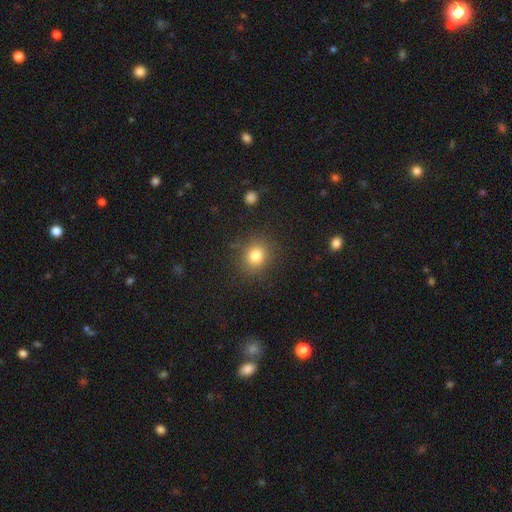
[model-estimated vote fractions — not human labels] Smooth or featured? Predicted: smooth (p=0.81). How rounded? Predicted: round (p=0.77). Merging? Predicted: none (p=0.86).